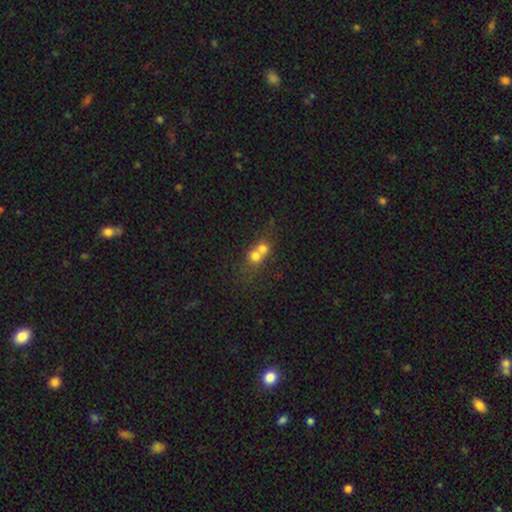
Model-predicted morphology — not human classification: A smooth galaxy with no disk features (67%) that is round (74%). Merging: merger (70%).